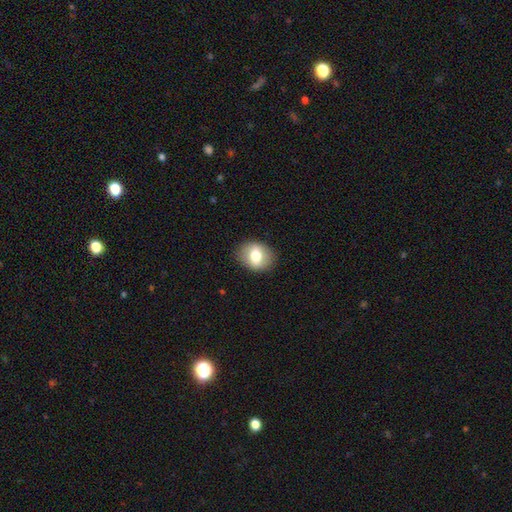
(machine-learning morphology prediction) Overall: smooth (69%). How rounded: in between (54%; round 45%). Merging: none (87%).